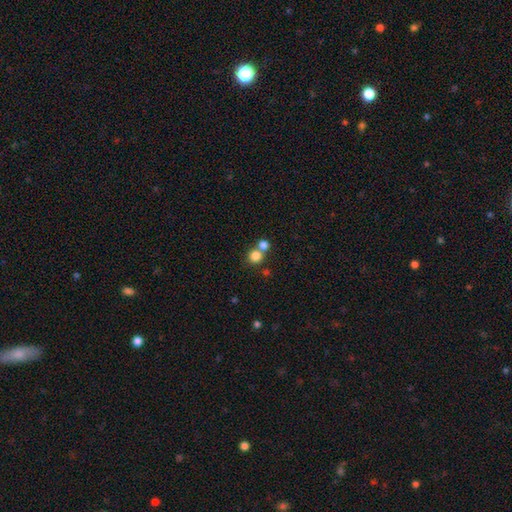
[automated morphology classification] type=smooth (81%); roundness=round (89%); merging=none (53%).